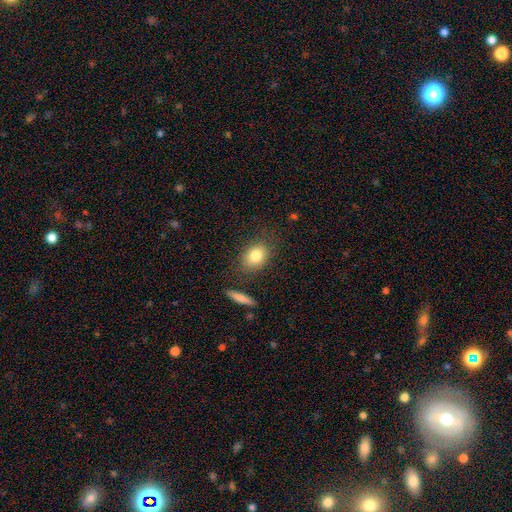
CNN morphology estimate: type=smooth (80%); roundness=in between (63%); merging=none (78%).